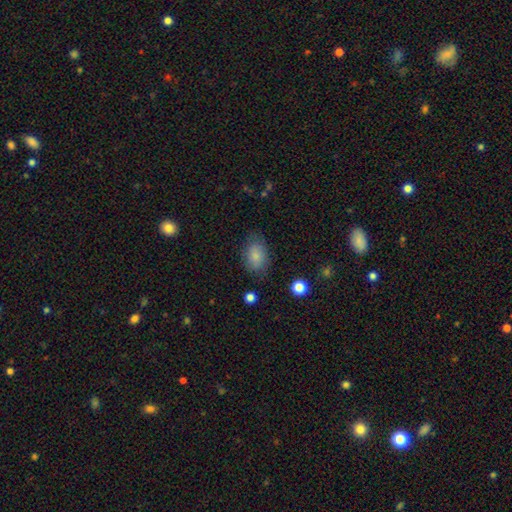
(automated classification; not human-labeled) smooth 85%, star or artifact 9%, featured or disk 7%. Down the decision tree: how rounded — in between (82%); merging — none (76%).